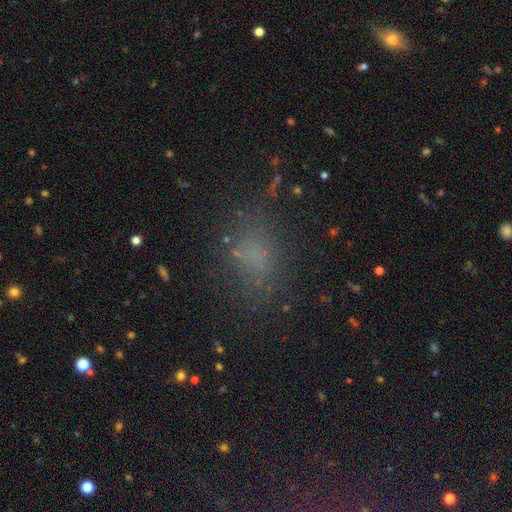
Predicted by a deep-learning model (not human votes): A smooth galaxy with no disk features (65%) that is in between round and cigar-shaped (69%). Merging: none (69%).